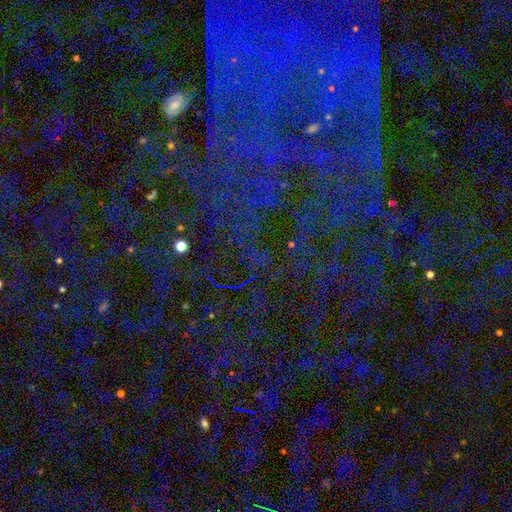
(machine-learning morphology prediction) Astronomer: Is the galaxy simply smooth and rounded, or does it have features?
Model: star or artifact — 79%.